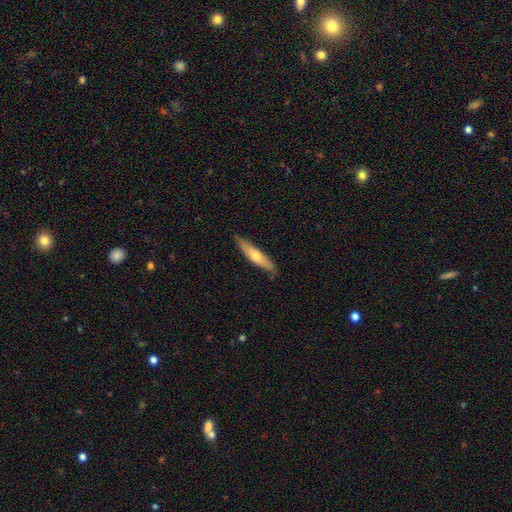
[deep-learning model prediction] Q: Smooth or featured?
A: smooth (56%); runner-up: featured or disk (38%)
Q: How rounded?
A: cigar-shaped (79%); runner-up: in between (20%)
Q: Merging?
A: none (82%); runner-up: minor disturbance (15%)